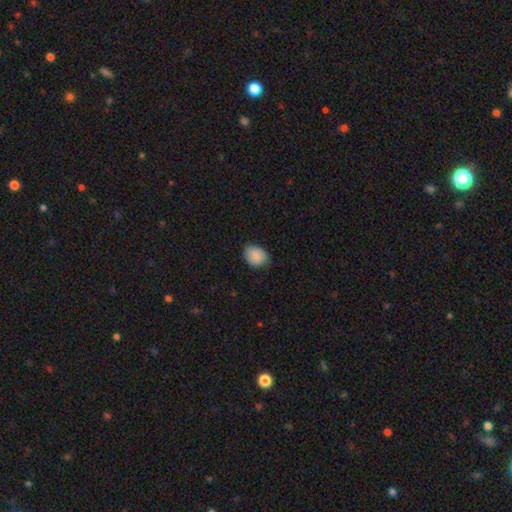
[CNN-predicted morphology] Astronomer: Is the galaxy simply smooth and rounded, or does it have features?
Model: smooth — 88%.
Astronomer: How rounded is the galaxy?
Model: in between — 56% (runner-up: round, 43%).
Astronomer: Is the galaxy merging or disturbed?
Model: none — 77%.